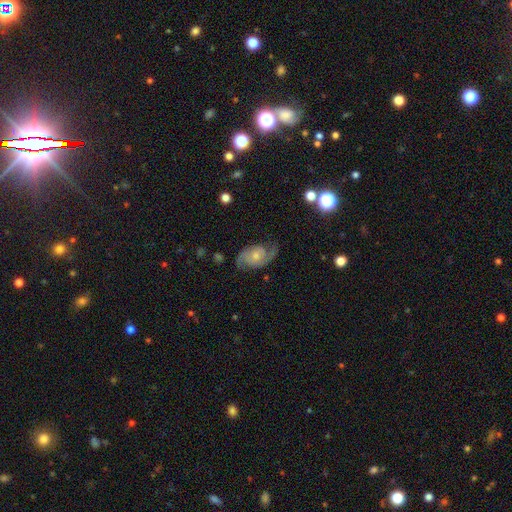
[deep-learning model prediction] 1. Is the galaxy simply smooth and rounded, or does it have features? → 85% featured or disk, 9% smooth, 6% star or artifact.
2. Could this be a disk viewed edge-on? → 97% no, 3% yes.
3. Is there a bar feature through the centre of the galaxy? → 65% no, 30% weak, 5% strong.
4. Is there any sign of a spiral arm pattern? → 96% yes, 4% no.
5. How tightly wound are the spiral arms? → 50% medium, 27% loose, 23% tight.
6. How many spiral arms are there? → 92% 2, 3% can't tell, 2% 1, 1% 3, 1% 4, 1% more than 4.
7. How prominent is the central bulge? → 49% moderate, 42% small, 4% large, 3% none, 1% dominant.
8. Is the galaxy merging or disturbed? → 74% none, 17% minor disturbance, 8% major disturbance, 1% merger.